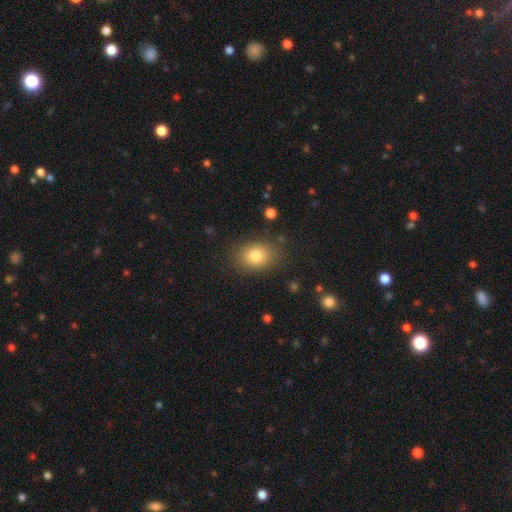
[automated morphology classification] smooth 81%, star or artifact 11%, featured or disk 9%. Down the decision tree: how rounded — in between (57%); merging — none (83%).